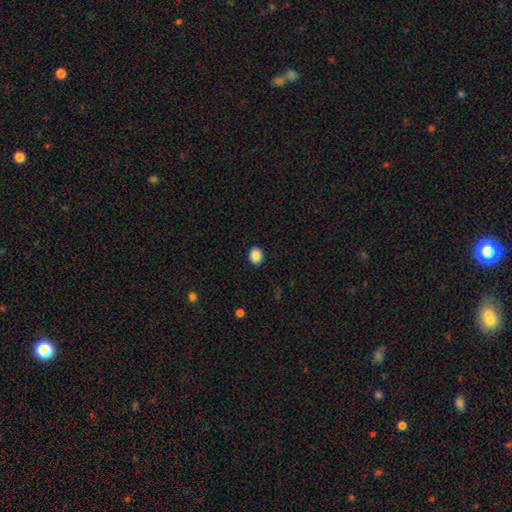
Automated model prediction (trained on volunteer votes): This is clearly a smooth galaxy (89%). How rounded: possibly round (57%). Merging: clearly none (90%).